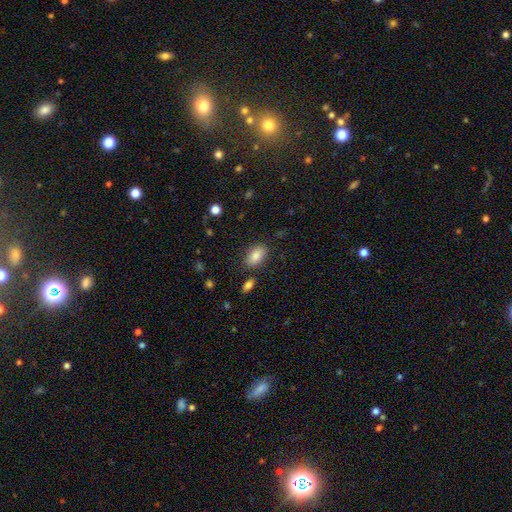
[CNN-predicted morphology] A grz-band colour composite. It shows a smooth galaxy with no disk features (87%) that is in between round and cigar-shaped (92%). Merging: none (83%).